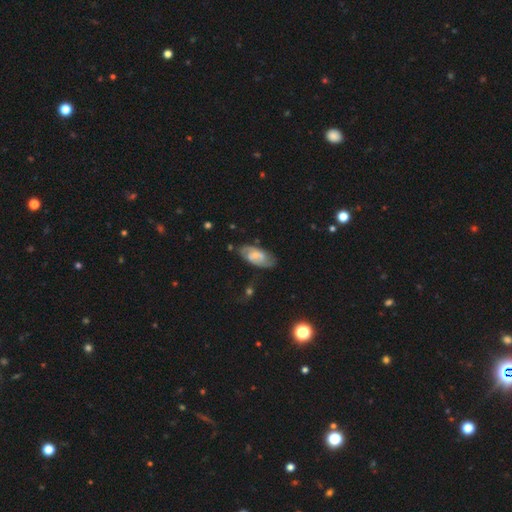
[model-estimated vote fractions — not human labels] smooth_or_featured: featured or disk (p=0.65) [alt: smooth p=0.28]
disk_edge_on: no (p=0.94) [alt: yes p=0.06]
bar: weak (p=0.52) [alt: no p=0.32]
has_spiral_arms: yes (p=0.87) [alt: no p=0.13]
spiral_winding: medium (p=0.46) [alt: tight p=0.35]
spiral_arm_count: 2 (p=0.79) [alt: can't tell p=0.14]
bulge_size: small (p=0.55) [alt: moderate p=0.29]
merging: none (p=0.74) [alt: minor disturbance p=0.18]